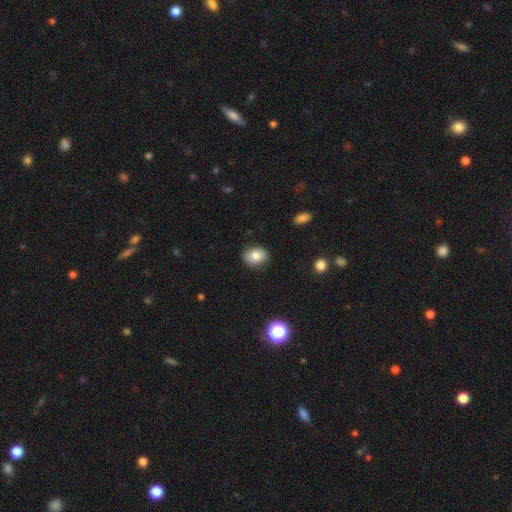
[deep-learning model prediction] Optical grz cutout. It shows a smooth galaxy with no disk features (82%) that is in between round and cigar-shaped (58%). Merging: none (86%).